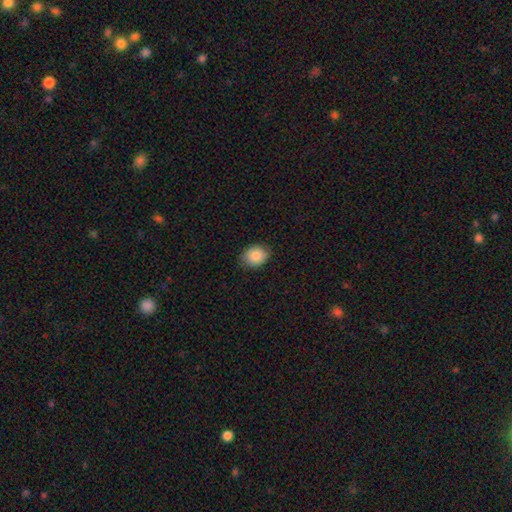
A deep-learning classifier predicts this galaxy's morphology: This appears to be a smooth galaxy with no disk features (87%) that is in between round and cigar-shaped (53%). Merging: none (84%).